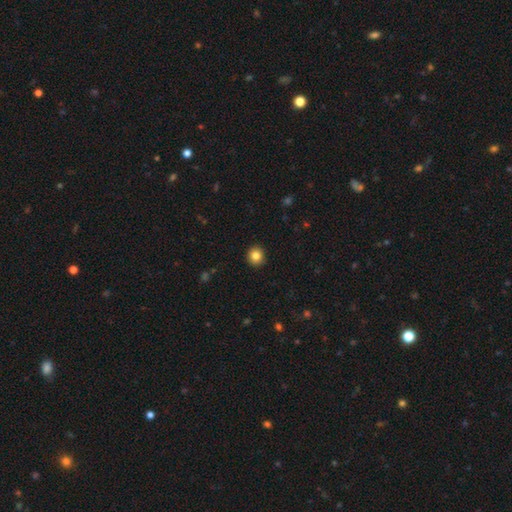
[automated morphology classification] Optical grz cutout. It shows a smooth galaxy with no disk features (83%) that is round (90%). Merging: none (92%).